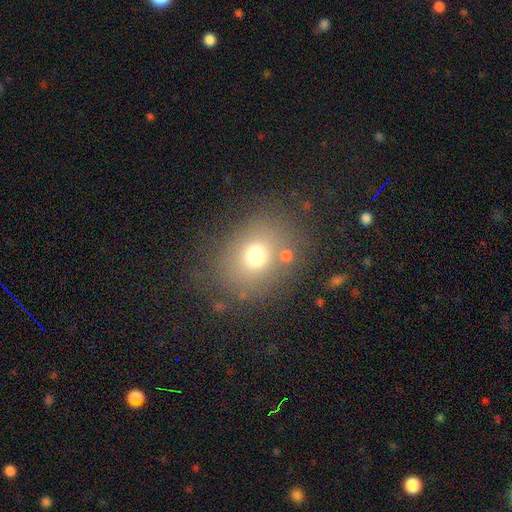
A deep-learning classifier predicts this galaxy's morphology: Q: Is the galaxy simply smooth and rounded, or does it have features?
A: smooth — 70%.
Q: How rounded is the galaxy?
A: round — 59%.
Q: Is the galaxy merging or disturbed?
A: none — 74%.